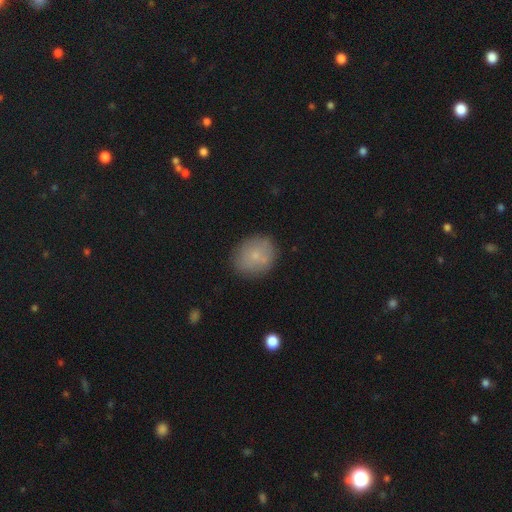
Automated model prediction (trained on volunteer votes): Overall: smooth (74%). How rounded: round (66%; in between 33%). Merging: none (81%).